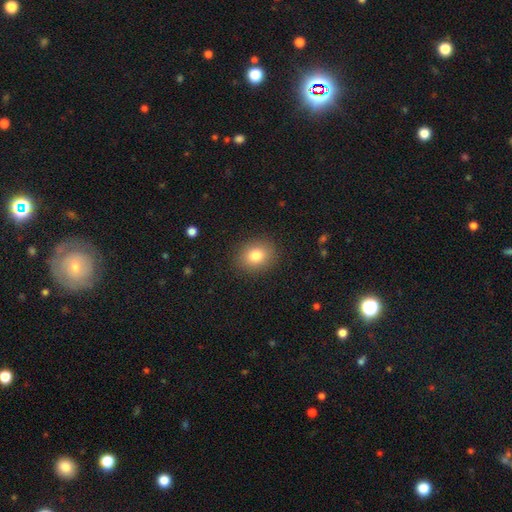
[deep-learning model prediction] A smooth galaxy with no disk features (81%) that is round (59%).

Vote fractions:
- Smooth or featured? smooth: 81% / star or artifact: 10% / featured or disk: 8%
- How rounded? round: 59% / in between: 40% / cigar-shaped: 1%
- Merging? none: 88% / minor disturbance: 8% / major disturbance: 3% / merger: 1%